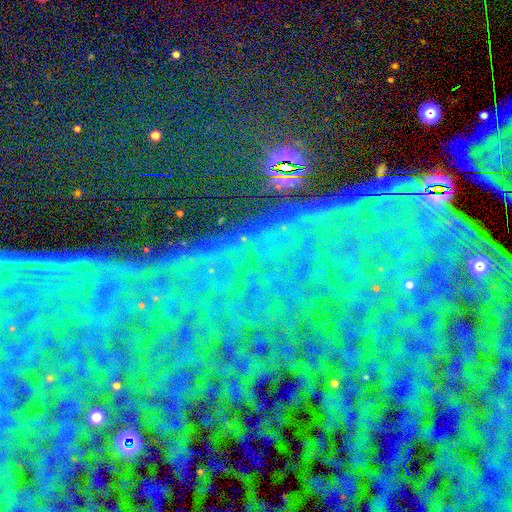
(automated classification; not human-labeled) Smooth or featured: star or artifact — 84% (featured or disk — 8%)